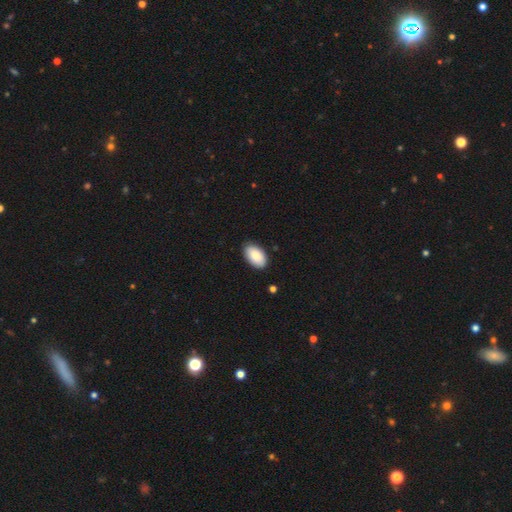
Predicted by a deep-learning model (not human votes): Smooth or featured? Predicted: smooth (p=0.87). How rounded? Predicted: in between (p=0.96). Merging? Predicted: none (p=0.86).